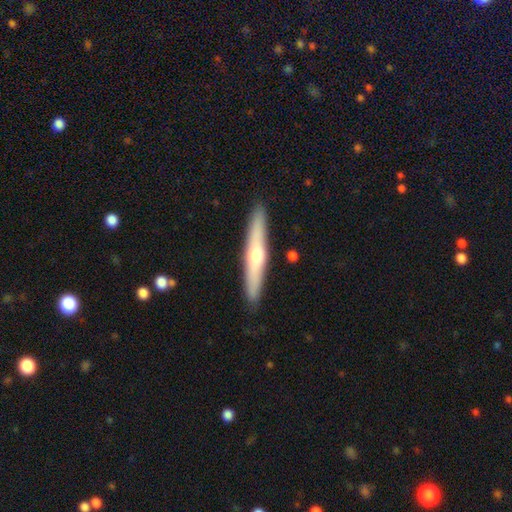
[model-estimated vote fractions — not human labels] This appears to be a featured or disk galaxy (53%) viewed edge-on (92%). Merging: none (90%).